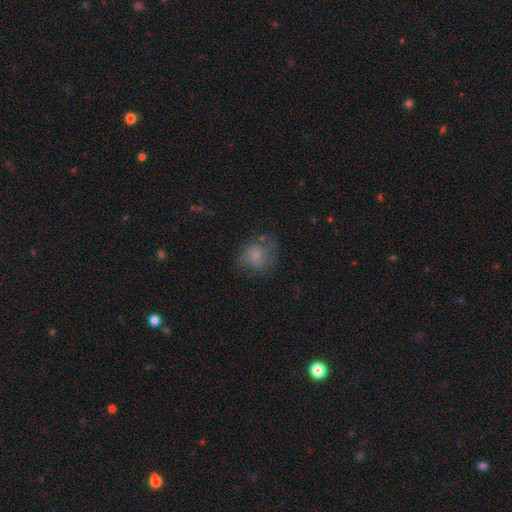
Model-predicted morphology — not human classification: type=smooth (54%); roundness=round (62%); merging=none (53%).